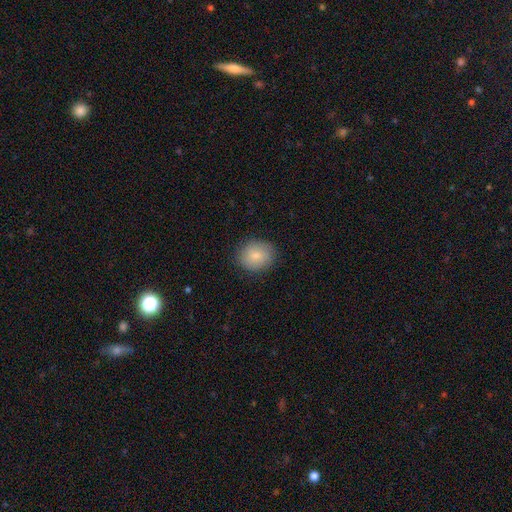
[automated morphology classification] A smooth galaxy with no disk features (79%) that is round (68%).

Vote fractions:
- Smooth or featured? smooth: 79% / featured or disk: 14% / star or artifact: 8%
- How rounded? round: 68% / in between: 31% / cigar-shaped: 1%
- Merging? none: 85% / minor disturbance: 11% / major disturbance: 3% / merger: 1%